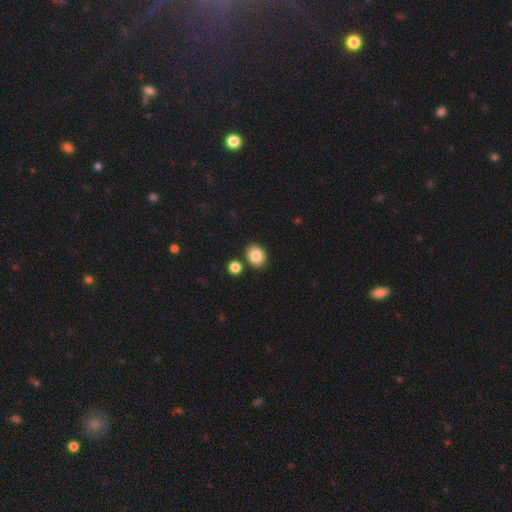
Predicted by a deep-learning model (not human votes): Smooth or featured?
  - smooth: 85% *
  - star or artifact: 9%
  - featured or disk: 6%
How rounded?
  - round: 54% *
  - in between: 45%
  - cigar-shaped: 1%
Merging?
  - none: 82% *
  - minor disturbance: 8%
  - merger: 7%
  - major disturbance: 2%